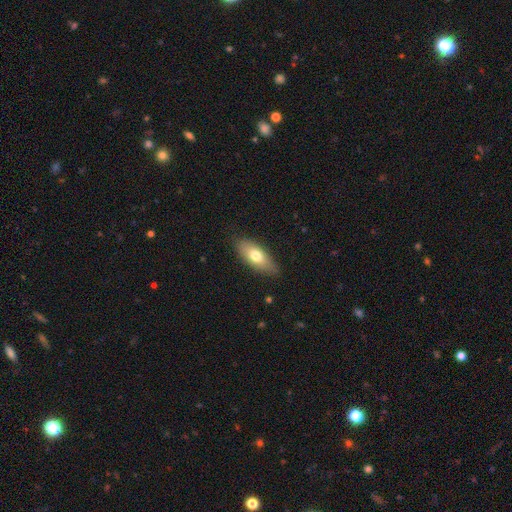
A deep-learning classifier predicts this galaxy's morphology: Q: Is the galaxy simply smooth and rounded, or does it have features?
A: smooth — 70%.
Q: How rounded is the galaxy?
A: in between — 80%.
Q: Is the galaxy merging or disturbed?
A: none — 82%.